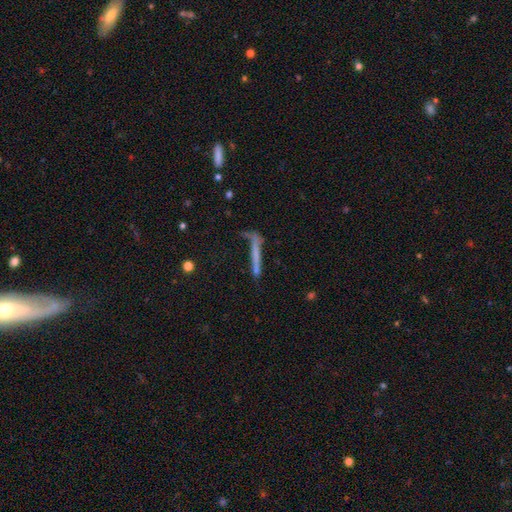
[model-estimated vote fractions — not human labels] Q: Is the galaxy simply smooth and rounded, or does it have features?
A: smooth — 52%.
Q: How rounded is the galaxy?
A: cigar-shaped — 94%.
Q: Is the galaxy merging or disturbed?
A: none — 51%.